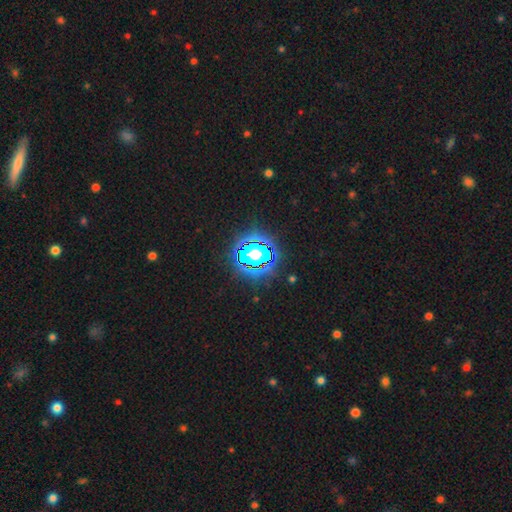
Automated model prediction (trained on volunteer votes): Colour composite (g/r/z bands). It shows a star or artifact, not a galaxy (82%).